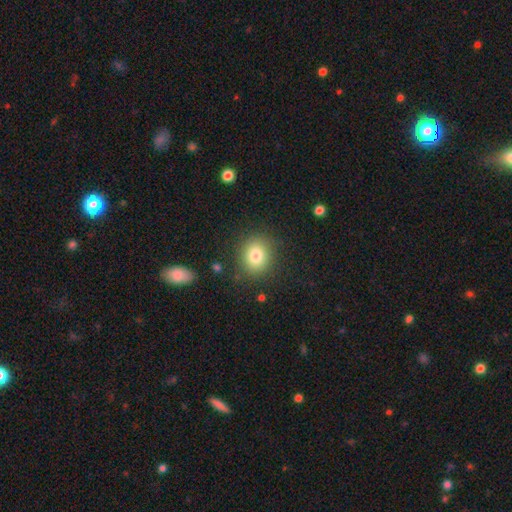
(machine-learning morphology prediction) Smooth or featured: smooth — 80% (star or artifact — 12%)
How rounded: round — 77% (in between — 22%)
Merging: none — 85% (minor disturbance — 9%)